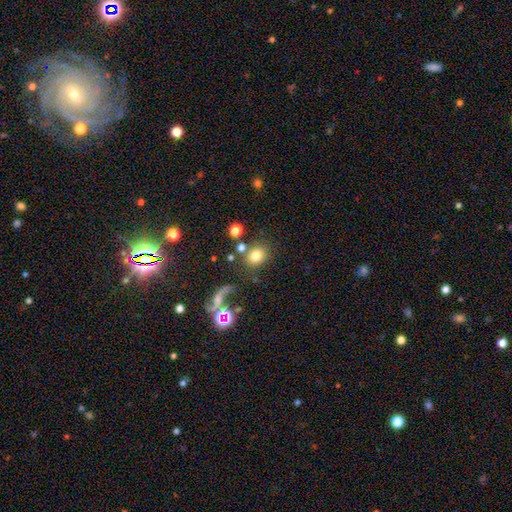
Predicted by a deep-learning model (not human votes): The model was most divided on "how rounded": round: 70%, in between: 28%, cigar-shaped: 1%. More confident: smooth or featured — smooth (76%); merging — none (71%).